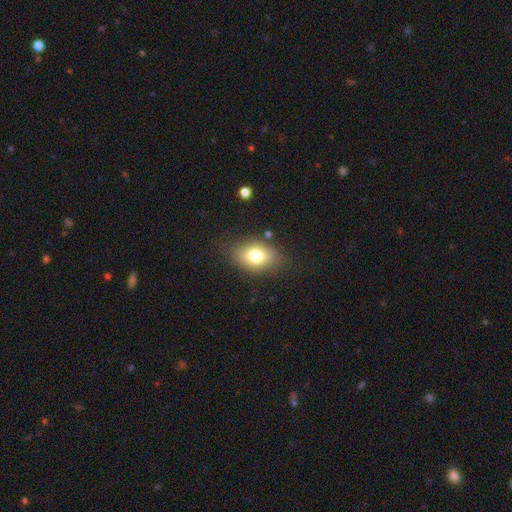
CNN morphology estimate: Smooth or featured: smooth — 75% (featured or disk — 15%)
How rounded: in between — 79% (round — 19%)
Merging: none — 78% (minor disturbance — 15%)